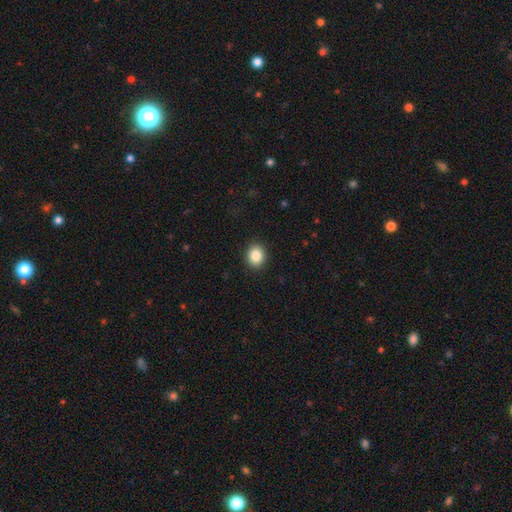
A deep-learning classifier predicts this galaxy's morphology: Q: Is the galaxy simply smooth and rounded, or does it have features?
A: smooth — 86%.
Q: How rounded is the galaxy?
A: round — 63%.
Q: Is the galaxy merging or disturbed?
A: none — 91%.